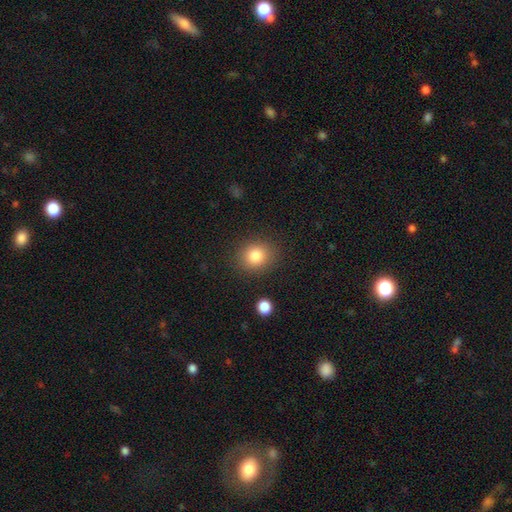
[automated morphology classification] smooth_or_featured: smooth (p=0.83) [alt: star or artifact p=0.10]
how_rounded: round (p=0.73) [alt: in between p=0.26]
merging: none (p=0.86) [alt: minor disturbance p=0.09]